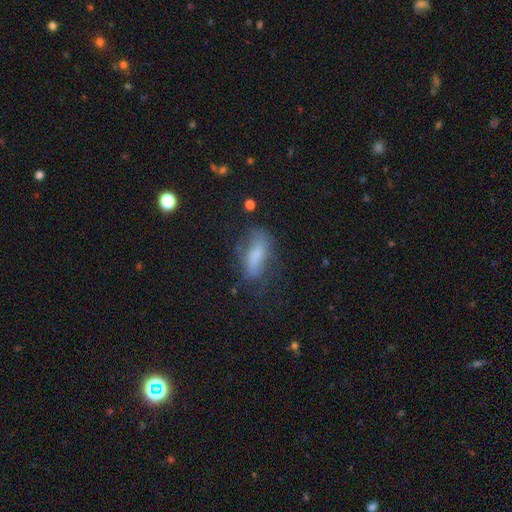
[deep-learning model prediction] Smooth or featured?
  - smooth: 63% *
  - featured or disk: 26%
  - star or artifact: 10%
How rounded?
  - in between: 69% *
  - cigar-shaped: 27%
  - round: 3%
Merging?
  - none: 50% *
  - minor disturbance: 27%
  - major disturbance: 20%
  - merger: 3%